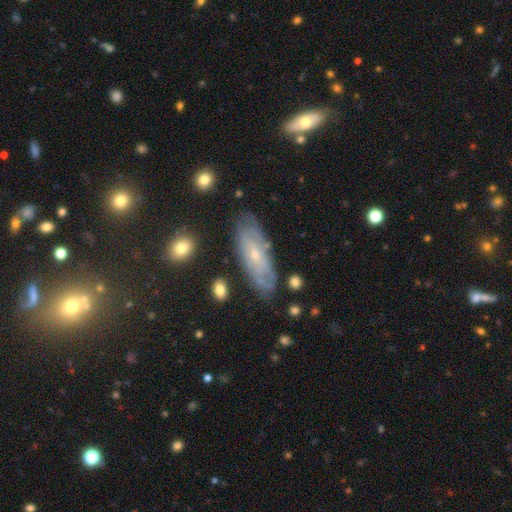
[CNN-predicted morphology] This is likely a featured or disk galaxy (62%). It is likely not viewed edge-on (80%). Merging: likely none (78%).